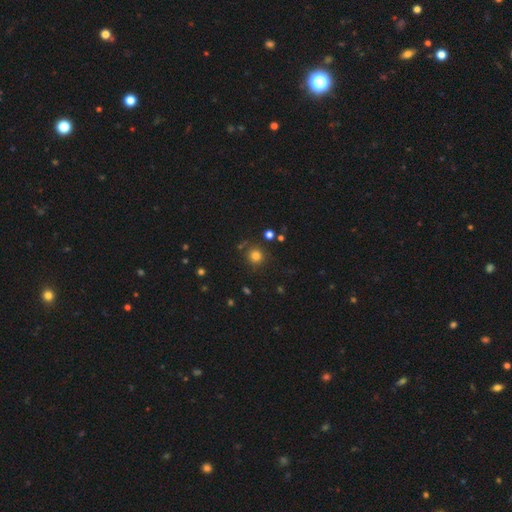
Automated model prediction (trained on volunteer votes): smooth 80%, star or artifact 15%, featured or disk 6%. Down the decision tree: how rounded — round (92%); merging — none (83%).